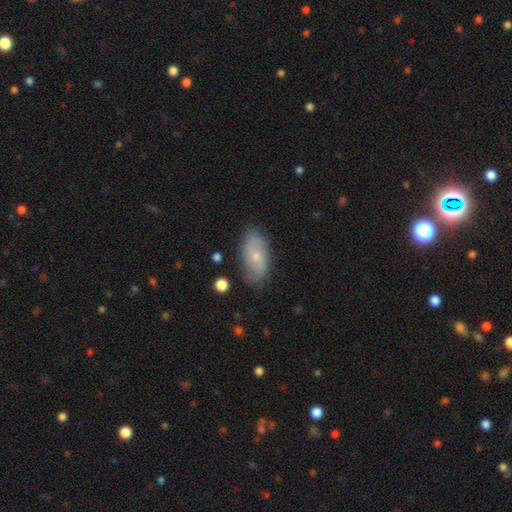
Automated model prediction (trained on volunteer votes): smooth 55%, featured or disk 38%, star or artifact 7%. Down the decision tree: how rounded — in between (90%); merging — none (79%).